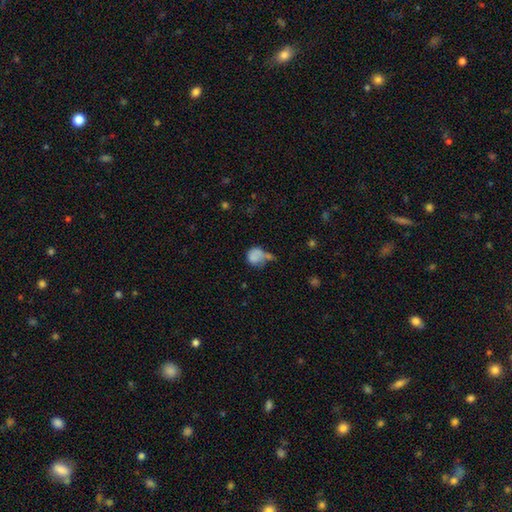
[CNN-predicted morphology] Smooth or featured? Predicted: smooth (p=0.73). How rounded? Predicted: round (p=0.66). Merging? Predicted: none (p=0.29).